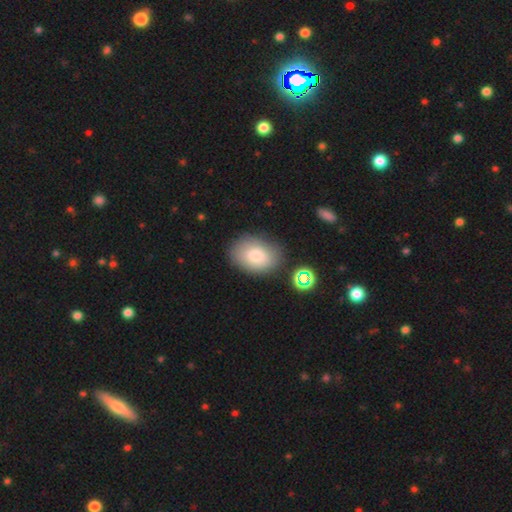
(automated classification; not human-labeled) Morphology: type=smooth (78%); roundness=in between (79%); merging=none (78%).